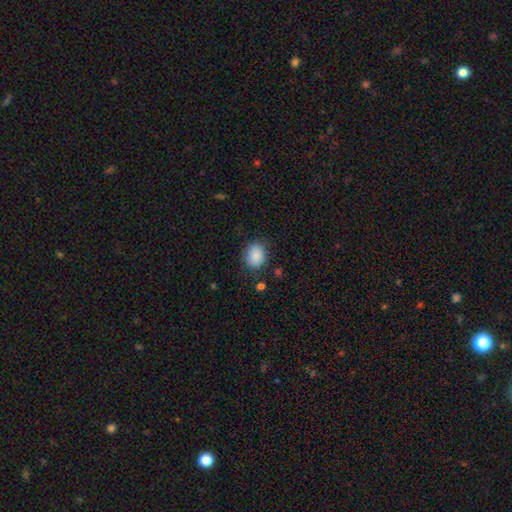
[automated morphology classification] type=smooth (87%); roundness=in between (57%); merging=none (80%).